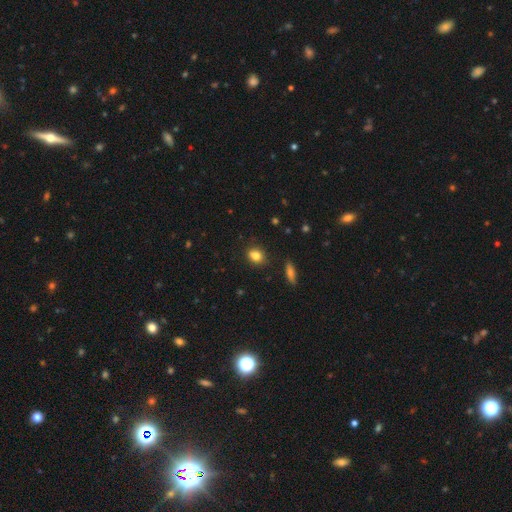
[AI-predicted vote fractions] smooth_or_featured: smooth (p=0.83) [alt: star or artifact p=0.10]
how_rounded: in between (p=0.50) [alt: round p=0.48]
merging: none (p=0.82) [alt: minor disturbance p=0.13]